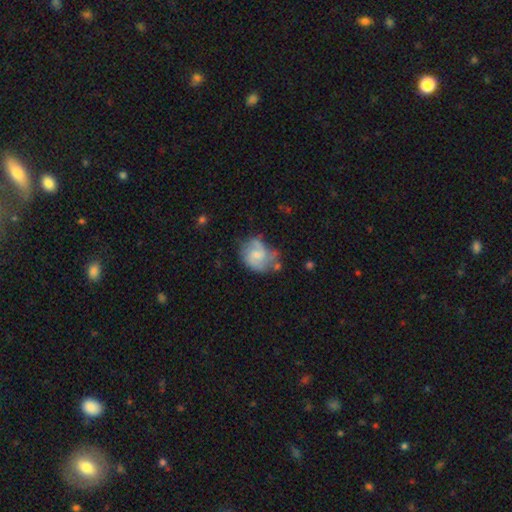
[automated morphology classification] The model was most divided on "bar": no: 51%, weak: 43%, strong: 6%. Remaining: edge-on disk — no (98%); spiral arms — yes (85%); smooth or featured — featured or disk (63%); spiral arm count — 2 (51%); merging — none (49%); spiral winding — medium (47%); bulge size — small (46%).